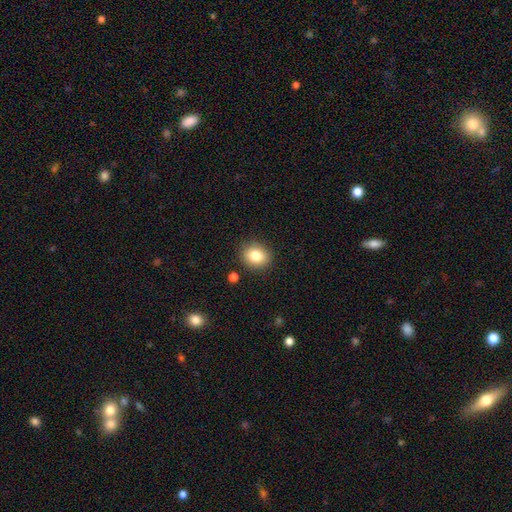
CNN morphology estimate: Q: Smooth or featured?
A: smooth (82%); runner-up: star or artifact (10%)
Q: How rounded?
A: round (65%); runner-up: in between (34%)
Q: Merging?
A: none (88%); runner-up: minor disturbance (8%)